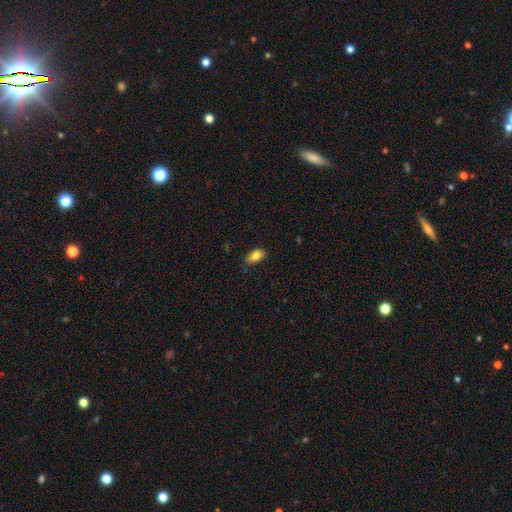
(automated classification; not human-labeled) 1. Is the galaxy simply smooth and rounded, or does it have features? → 83% smooth, 9% featured or disk, 8% star or artifact.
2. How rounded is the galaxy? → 88% in between, 7% round, 5% cigar-shaped.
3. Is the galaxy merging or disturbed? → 75% none, 20% minor disturbance, 3% major disturbance, 1% merger.